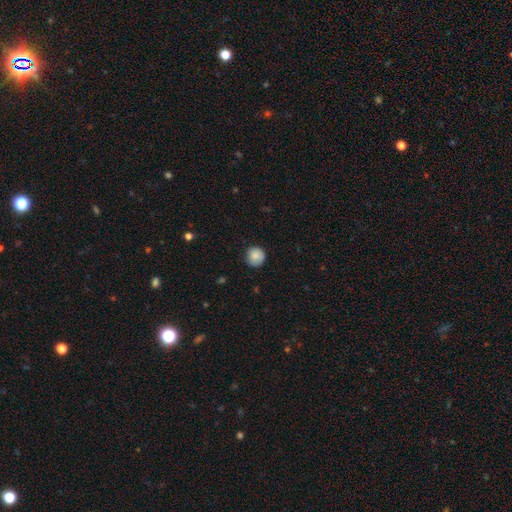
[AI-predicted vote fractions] smooth_or_featured: smooth (p=0.85) [alt: star or artifact p=0.08]
how_rounded: round (p=0.92) [alt: in between p=0.07]
merging: none (p=0.80) [alt: minor disturbance p=0.16]